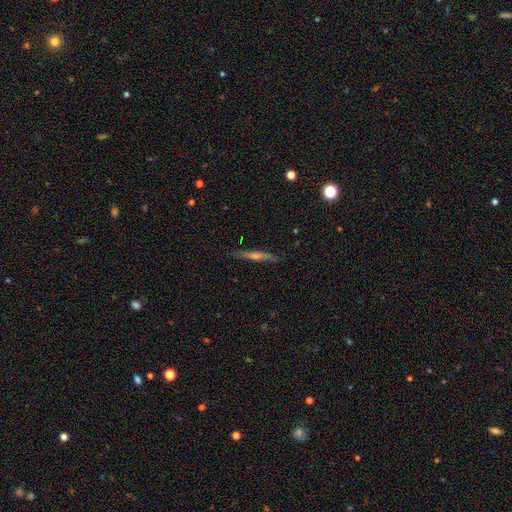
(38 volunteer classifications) Smooth or featured: featured or disk — 63% (smooth — 29%)
Edge-on disk: yes — 100%
Edge-on bulge: rounded — 58% (none — 29%)
Merging: none — 91% (minor disturbance — 9%)